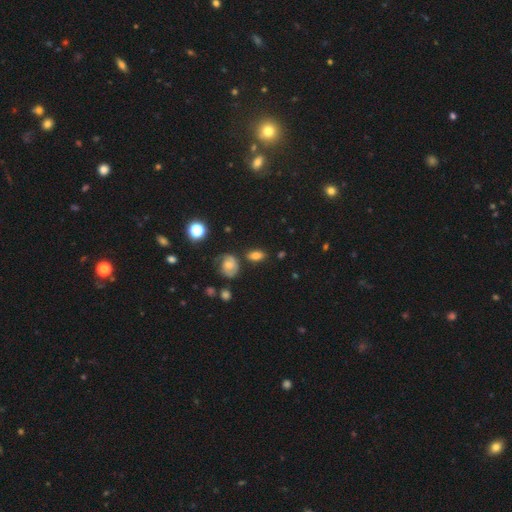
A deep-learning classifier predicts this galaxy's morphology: A smooth galaxy with no disk features (69%) that is in between round and cigar-shaped (78%).

Vote fractions:
- Smooth or featured? smooth: 69% / featured or disk: 17% / star or artifact: 14%
- How rounded? in between: 78% / round: 17% / cigar-shaped: 5%
- Merging? none: 72% / minor disturbance: 16% / merger: 7% / major disturbance: 5%